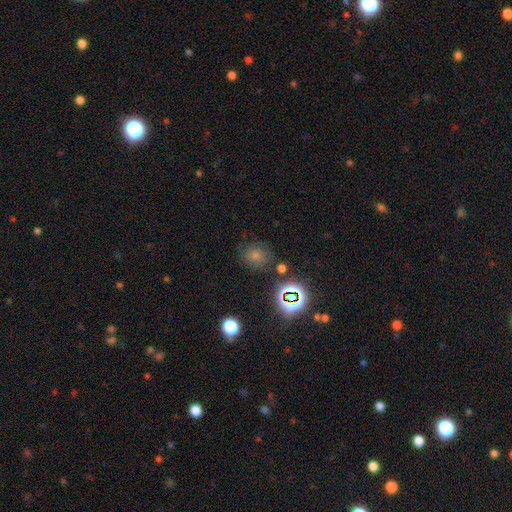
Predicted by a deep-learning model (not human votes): smooth 66%, star or artifact 25%, featured or disk 10%. Down the decision tree: how rounded — round (73%); merging — none (73%).